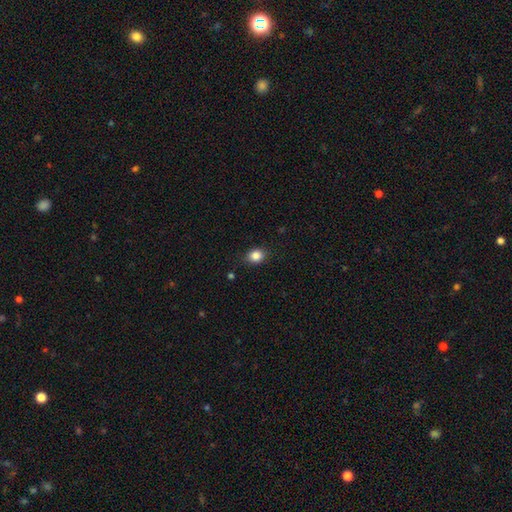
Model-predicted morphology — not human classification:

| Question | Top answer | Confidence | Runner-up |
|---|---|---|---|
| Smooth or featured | smooth | 85% | star or artifact (10%) |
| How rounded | round | 57% | in between (42%) |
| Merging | none | 85% | minor disturbance (11%) |